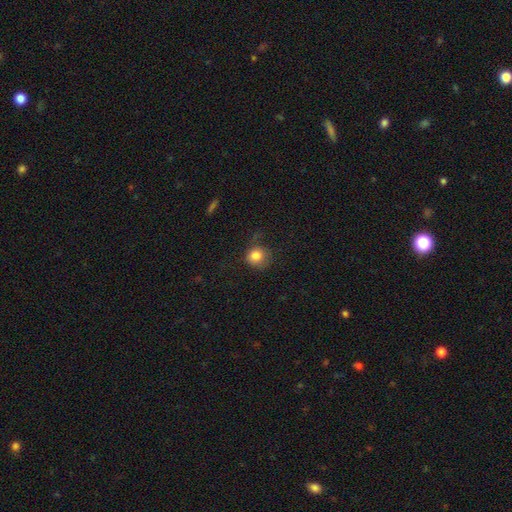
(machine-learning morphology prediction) A smooth galaxy with no disk features (83%) that is round (82%). Merging: none (61%).